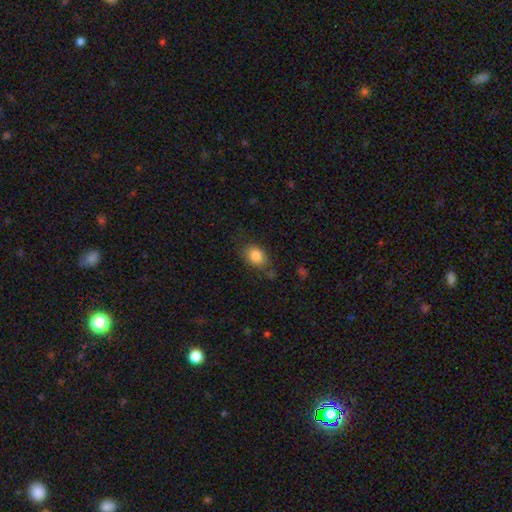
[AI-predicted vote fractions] This appears to be a smooth galaxy with no disk features (84%) that is in between round and cigar-shaped (67%). Merging: none (73%).